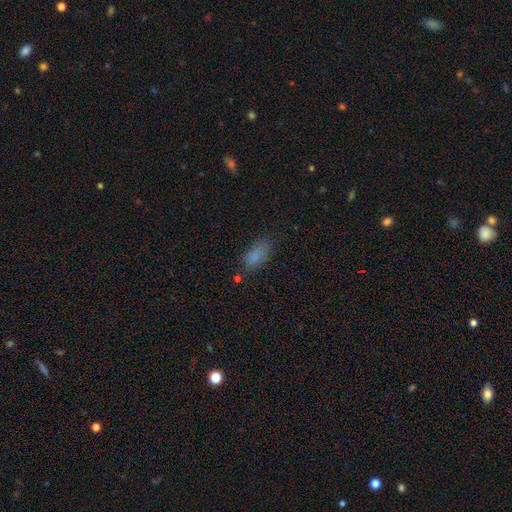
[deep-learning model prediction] Smooth or featured?
  - smooth: 79% *
  - star or artifact: 13%
  - featured or disk: 8%
How rounded?
  - in between: 82% *
  - cigar-shaped: 15%
  - round: 3%
Merging?
  - none: 67% *
  - minor disturbance: 22%
  - major disturbance: 8%
  - merger: 3%